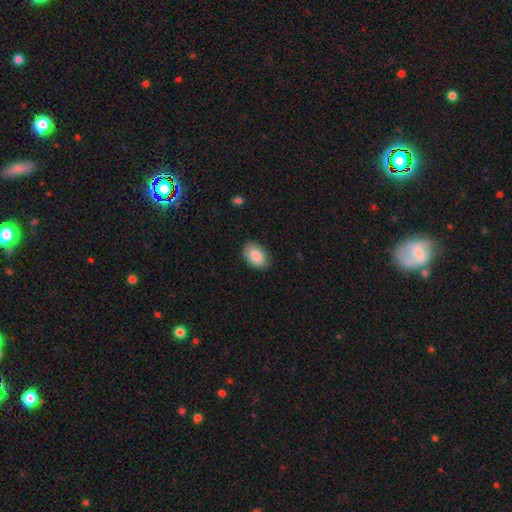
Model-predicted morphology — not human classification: Overall: smooth (85%). How rounded: in between (89%). Merging: none (85%).